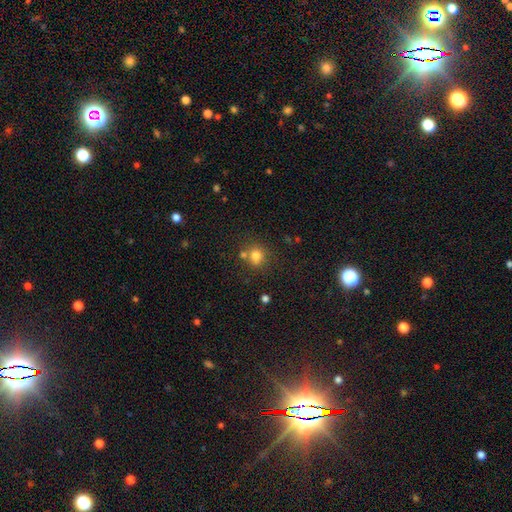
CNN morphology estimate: Overall: smooth (78%). How rounded: round (82%). Merging: none (64%).